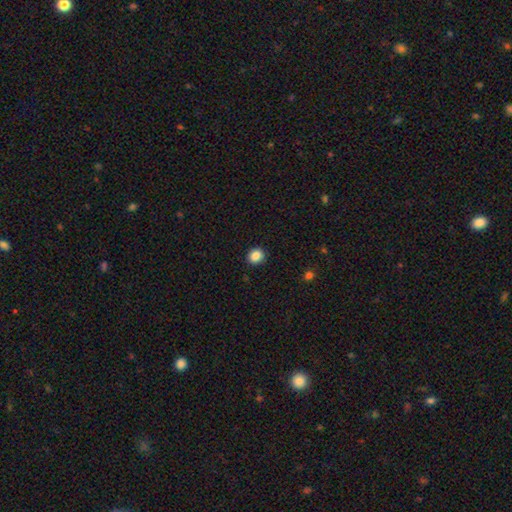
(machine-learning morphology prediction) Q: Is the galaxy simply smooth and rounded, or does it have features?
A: smooth — 86%.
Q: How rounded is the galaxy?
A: round — 82%.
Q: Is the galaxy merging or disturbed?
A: none — 91%.